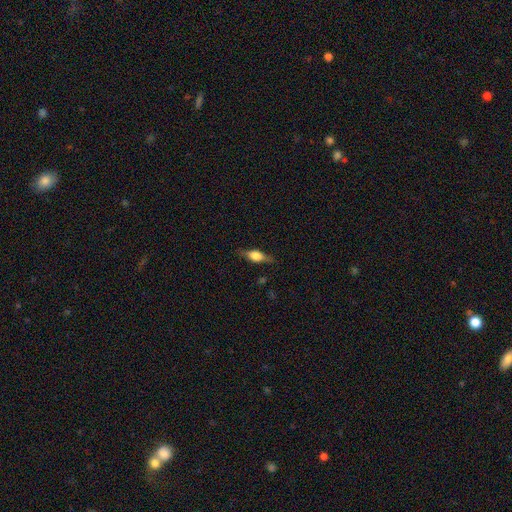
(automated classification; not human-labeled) Morphology: type=smooth (54%); roundness=in between (61%); merging=none (79%).